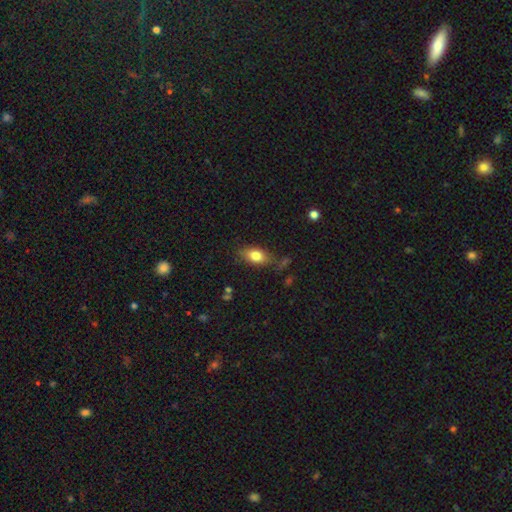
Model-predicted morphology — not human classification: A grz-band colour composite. It shows a smooth galaxy with no disk features (79%) that is in between round and cigar-shaped (85%). Merging: none (73%).